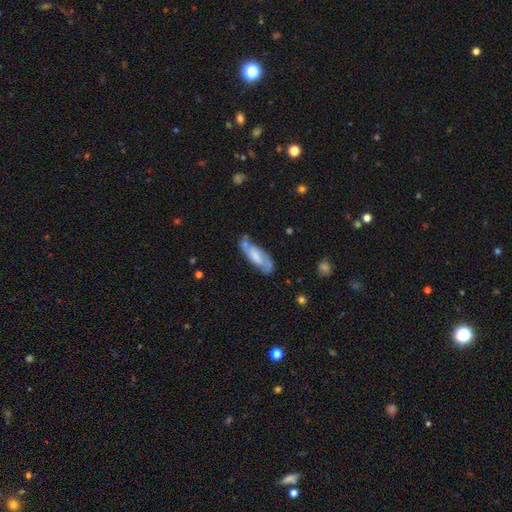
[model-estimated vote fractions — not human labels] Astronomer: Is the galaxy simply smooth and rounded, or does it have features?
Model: smooth — 47% (runner-up: featured or disk, 46%).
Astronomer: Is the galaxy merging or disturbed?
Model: none — 51% (runner-up: minor disturbance, 27%).